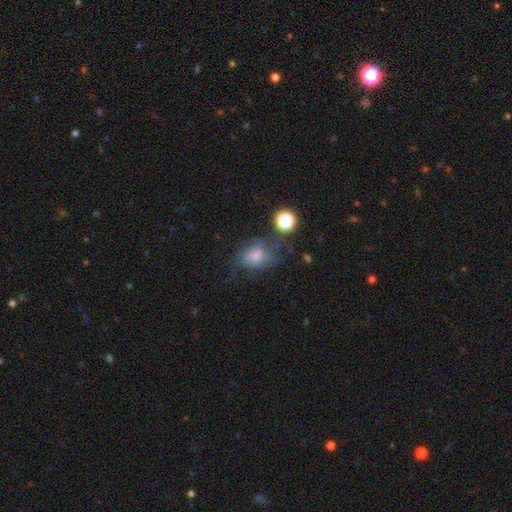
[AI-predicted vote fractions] This appears to be a smooth galaxy with no disk features (45%). Merging: none (41%).